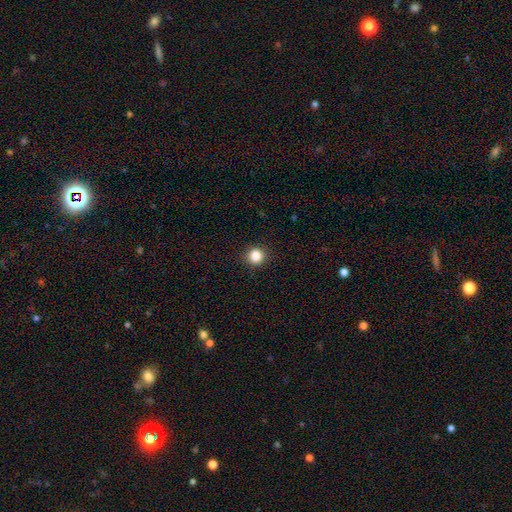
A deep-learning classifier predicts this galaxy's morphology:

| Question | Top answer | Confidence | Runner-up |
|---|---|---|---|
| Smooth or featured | smooth | 86% | star or artifact (11%) |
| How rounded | round | 90% | in between (9%) |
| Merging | none | 90% | minor disturbance (6%) |